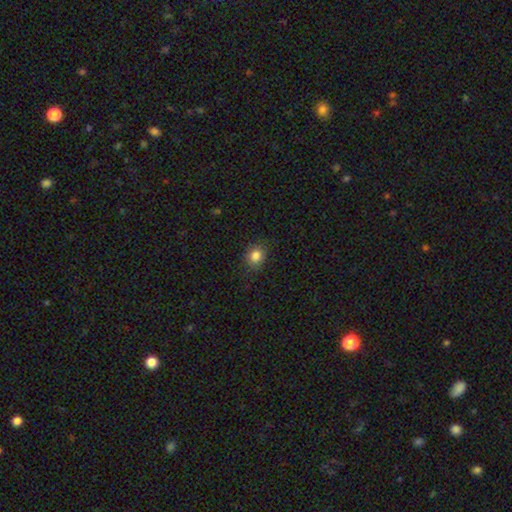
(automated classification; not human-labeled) Morphology: type=smooth (84%); roundness=round (73%); merging=none (87%).